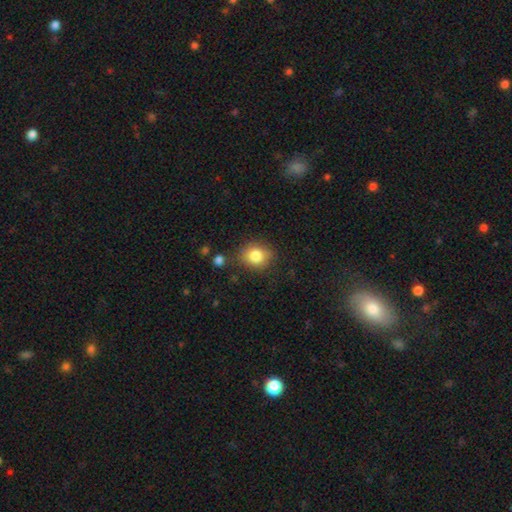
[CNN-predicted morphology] Smooth or featured? Predicted: smooth (p=0.83). How rounded? Predicted: round (p=0.71). Merging? Predicted: none (p=0.80).